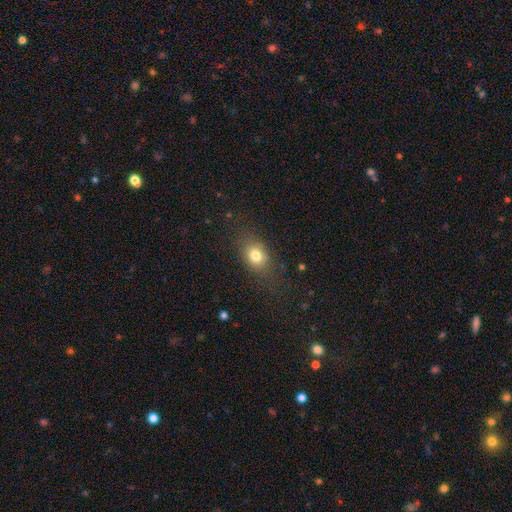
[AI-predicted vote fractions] A smooth galaxy with no disk features (77%) that is in between round and cigar-shaped (67%). Merging: none (74%).